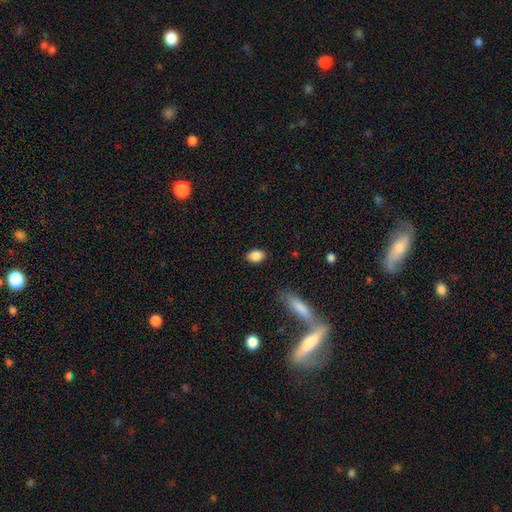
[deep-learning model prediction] Morphology: type=smooth (87%); roundness=in between (82%); merging=none (86%).